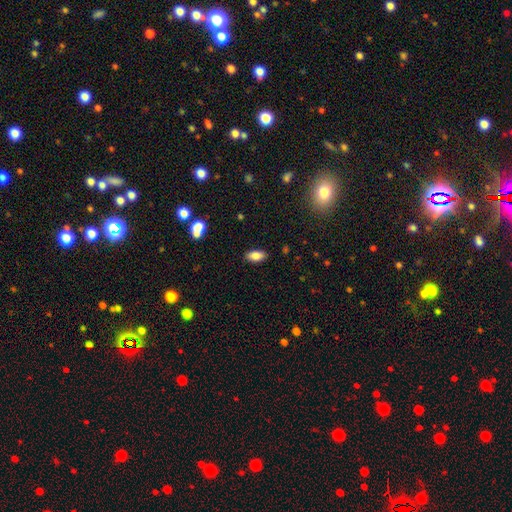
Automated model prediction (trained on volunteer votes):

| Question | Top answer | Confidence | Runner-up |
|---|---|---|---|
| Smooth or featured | smooth | 85% | star or artifact (8%) |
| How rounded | in between | 89% | cigar-shaped (8%) |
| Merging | none | 87% | minor disturbance (9%) |